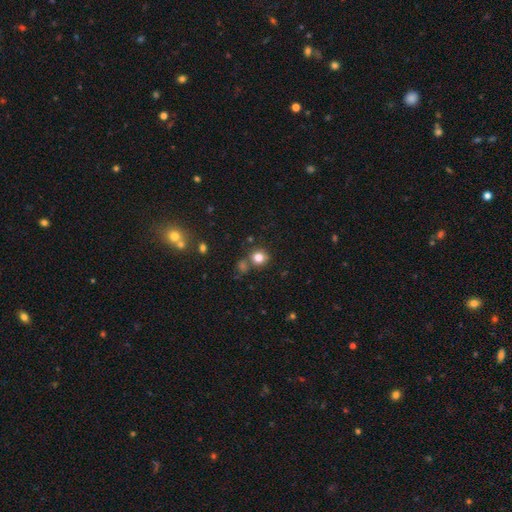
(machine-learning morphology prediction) A smooth galaxy with no disk features (60%) that is round (88%). Merging: none (66%).